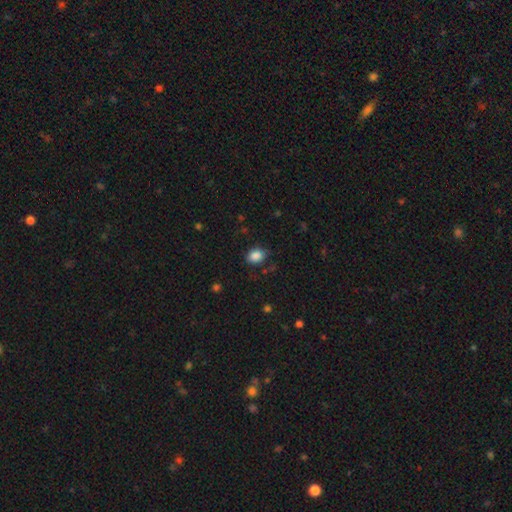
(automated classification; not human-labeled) smooth-or-featured: smooth: 86% | star or artifact: 10% | featured or disk: 5%
  how-rounded: in between: 59% | round: 40% | cigar-shaped: 1%
  merging: none: 76% | minor disturbance: 17% | major disturbance: 5% | merger: 2%